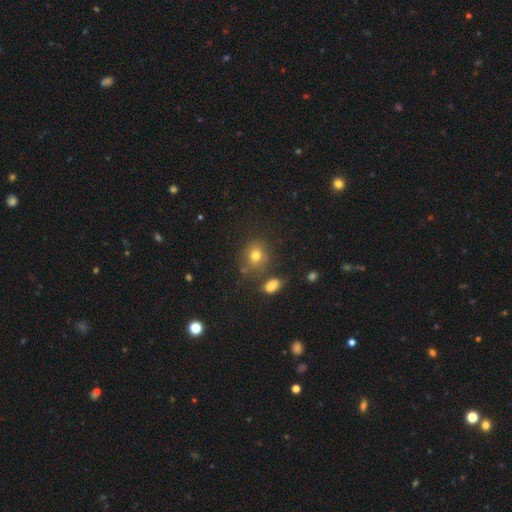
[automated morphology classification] Smooth or featured: smooth — 76% (star or artifact — 14%)
How rounded: round — 71% (in between — 28%)
Merging: none — 73% (minor disturbance — 13%)